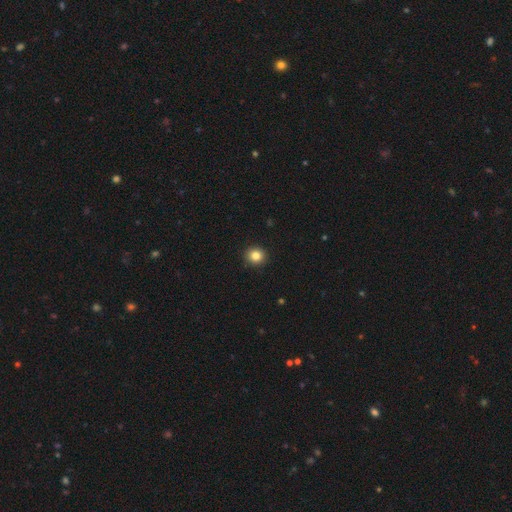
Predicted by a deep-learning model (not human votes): Smooth or featured: smooth — 84% (star or artifact — 11%)
How rounded: round — 89% (in between — 10%)
Merging: none — 92% (minor disturbance — 5%)